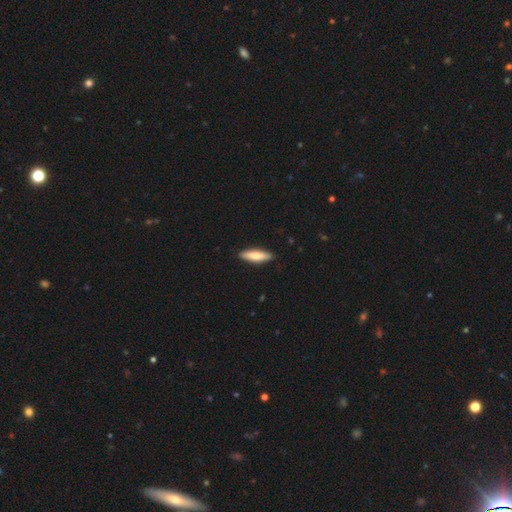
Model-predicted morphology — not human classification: A smooth galaxy with no disk features (76%) that is cigar-shaped (65%). Merging: none (89%).